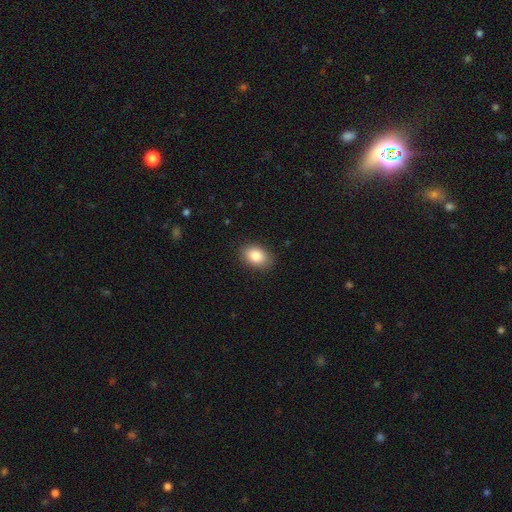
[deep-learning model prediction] Morphology: type=smooth (86%); roundness=in between (83%); merging=none (87%).